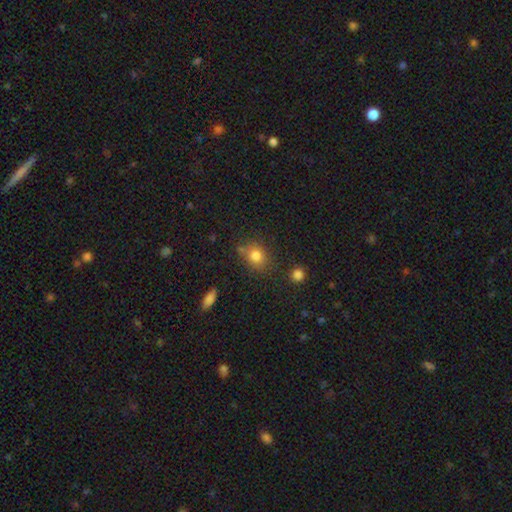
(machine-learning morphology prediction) Smooth or featured? smooth (81%)
How rounded? round (51%)
Merging? none (68%)